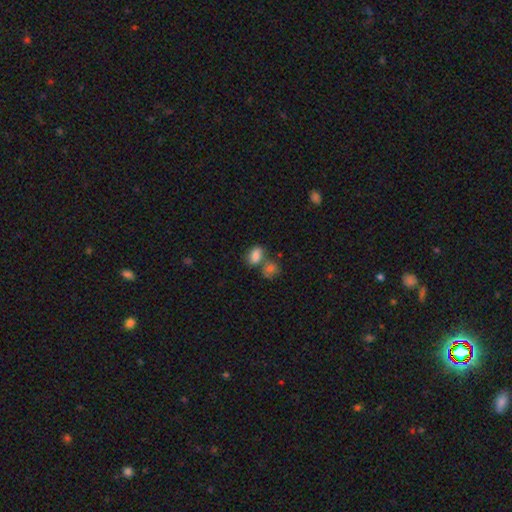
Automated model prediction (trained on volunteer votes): Morphology: type=smooth (84%); roundness=in between (81%); merging=none (47%).